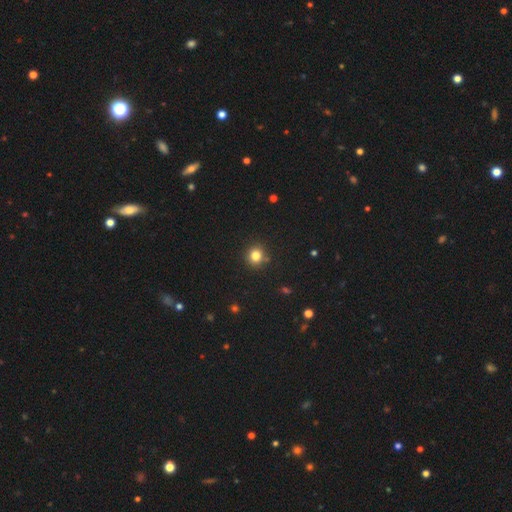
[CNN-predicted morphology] Overall: smooth (81%). How rounded: round (87%). Merging: none (86%).